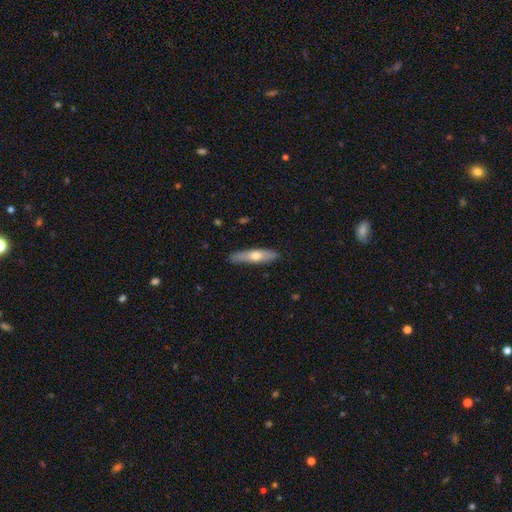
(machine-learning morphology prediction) Q: Smooth or featured?
A: smooth (54%); runner-up: featured or disk (41%)
Q: How rounded?
A: cigar-shaped (75%); runner-up: in between (22%)
Q: Merging?
A: none (86%); runner-up: minor disturbance (11%)